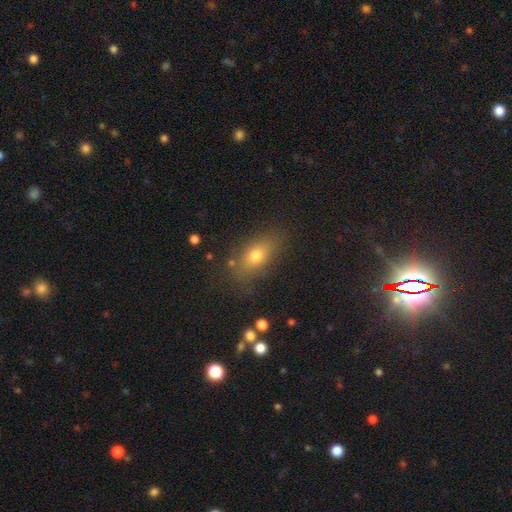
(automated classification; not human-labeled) smooth_or_featured: smooth (p=0.71) [alt: featured or disk p=0.17]
how_rounded: in between (p=0.74) [alt: round p=0.14]
merging: none (p=0.78) [alt: minor disturbance p=0.14]